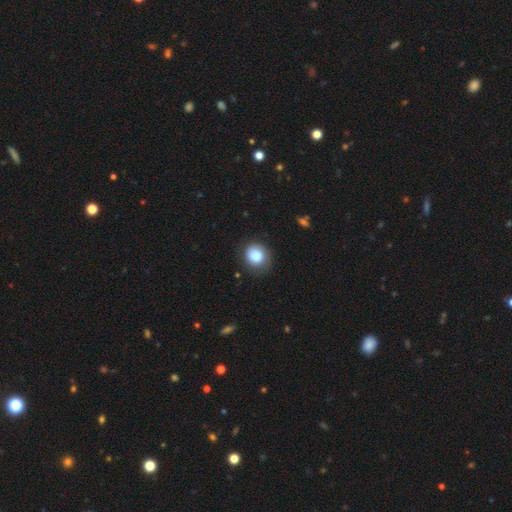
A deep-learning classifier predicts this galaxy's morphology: Smooth or featured? Predicted: smooth (p=0.85). How rounded? Predicted: round (p=0.79). Merging? Predicted: none (p=0.70).